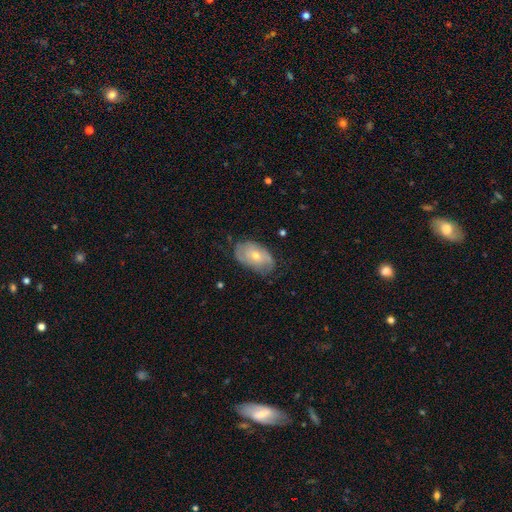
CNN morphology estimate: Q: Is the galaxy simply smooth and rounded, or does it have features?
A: featured or disk — 55%.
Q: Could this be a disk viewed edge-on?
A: no — 93%.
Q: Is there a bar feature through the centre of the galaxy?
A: no — 81%.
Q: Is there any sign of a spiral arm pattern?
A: yes — 68%.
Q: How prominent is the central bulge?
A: moderate — 50%.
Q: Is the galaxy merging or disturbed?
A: none — 65%.